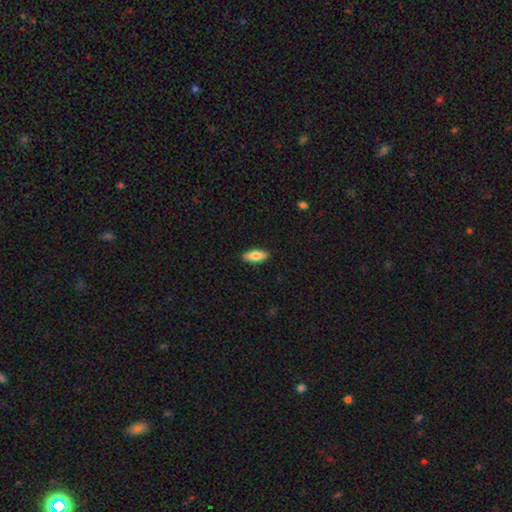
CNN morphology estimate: A smooth galaxy with no disk features (76%) that is in between round and cigar-shaped (72%). Merging: none (90%).